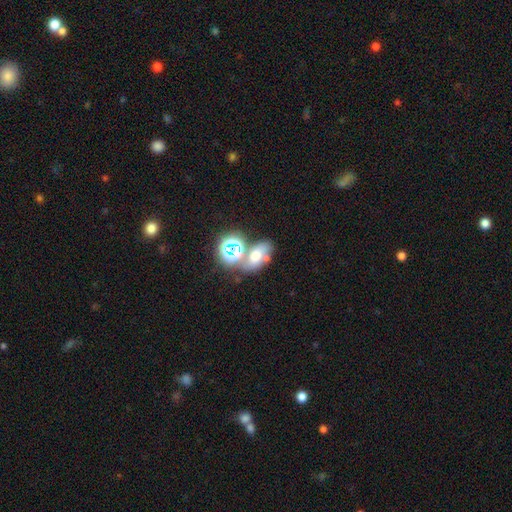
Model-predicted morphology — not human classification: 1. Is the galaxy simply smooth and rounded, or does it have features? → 54% smooth, 27% star or artifact, 19% featured or disk.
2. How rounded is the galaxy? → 73% in between, 25% round, 3% cigar-shaped.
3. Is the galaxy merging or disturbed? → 46% none, 33% merger, 13% minor disturbance, 8% major disturbance.